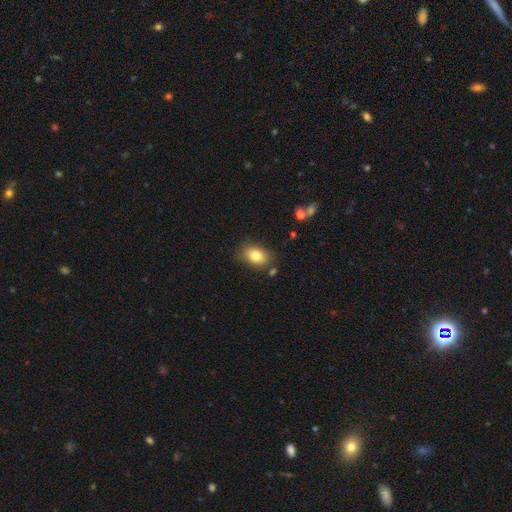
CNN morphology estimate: A smooth galaxy with no disk features (82%) that is in between round and cigar-shaped (80%).

Vote fractions:
- Smooth or featured? smooth: 82% / featured or disk: 9% / star or artifact: 9%
- How rounded? in between: 80% / round: 19% / cigar-shaped: 1%
- Merging? none: 78% / minor disturbance: 14% / merger: 4% / major disturbance: 3%